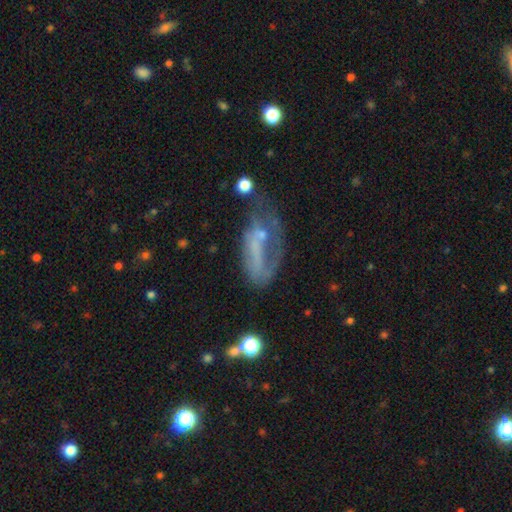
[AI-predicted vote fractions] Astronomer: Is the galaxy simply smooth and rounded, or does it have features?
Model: featured or disk — 55% (runner-up: smooth, 33%).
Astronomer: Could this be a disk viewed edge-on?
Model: no — 91%.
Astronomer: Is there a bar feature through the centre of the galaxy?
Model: no — 65%.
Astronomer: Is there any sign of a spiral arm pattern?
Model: no — 59% (runner-up: yes, 41%).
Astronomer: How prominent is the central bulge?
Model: none — 52% (runner-up: small, 31%).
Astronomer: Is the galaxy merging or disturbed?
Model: major disturbance — 42% (runner-up: none, 27%).